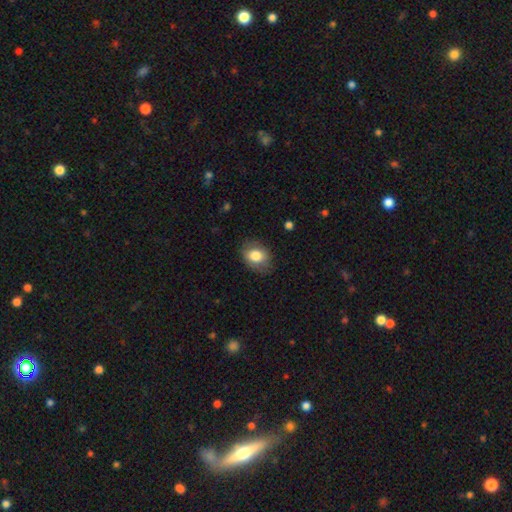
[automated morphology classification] smooth-or-featured: smooth: 80% | featured or disk: 13% | star or artifact: 8%
  how-rounded: in between: 63% | round: 36% | cigar-shaped: 1%
  merging: none: 79% | minor disturbance: 16% | major disturbance: 4% | merger: 1%